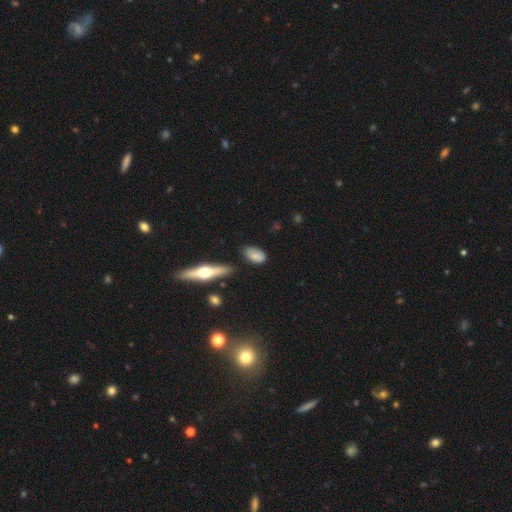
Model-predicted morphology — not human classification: A smooth galaxy with no disk features (76%) that is in between round and cigar-shaped (88%).

Vote fractions:
- Smooth or featured? smooth: 76% / featured or disk: 16% / star or artifact: 8%
- How rounded? in between: 88% / round: 7% / cigar-shaped: 4%
- Merging? none: 66% / minor disturbance: 25% / major disturbance: 6% / merger: 4%